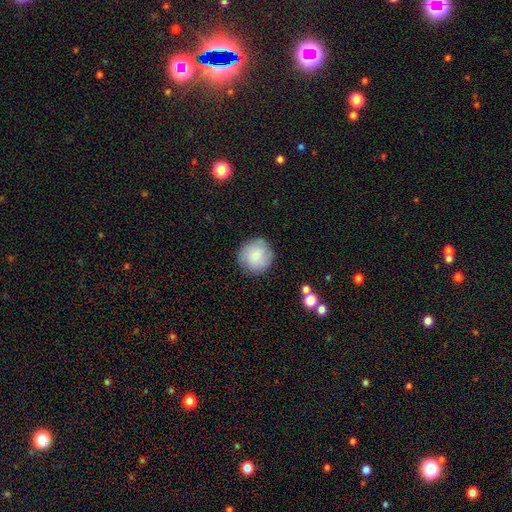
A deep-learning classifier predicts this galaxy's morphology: type=smooth (81%); roundness=round (93%); merging=none (84%).